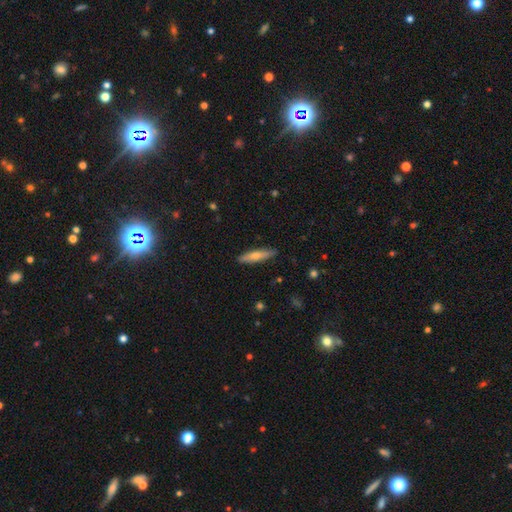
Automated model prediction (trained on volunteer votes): The model was most divided on "smooth or featured": smooth: 62%, featured or disk: 32%, star or artifact: 6%. More confident: merging — none (88%); how rounded — cigar-shaped (84%).